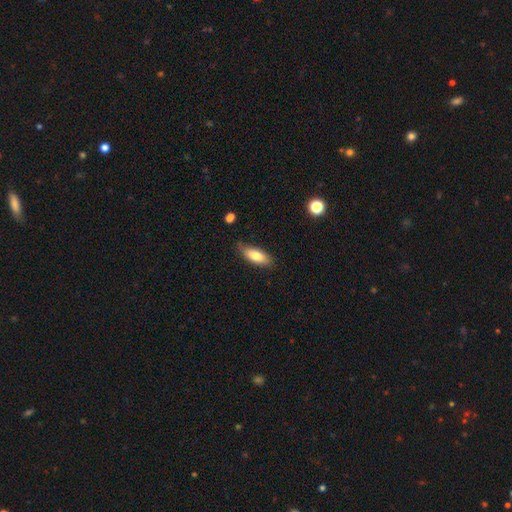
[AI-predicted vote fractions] A smooth galaxy with no disk features (79%) that is in between round and cigar-shaped (72%). Merging: none (74%).